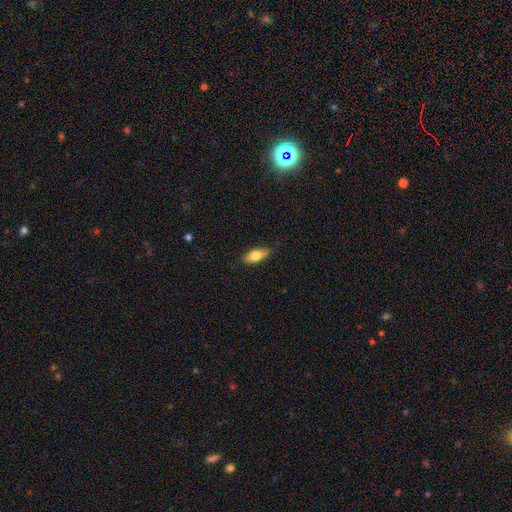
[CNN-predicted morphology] Q: Smooth or featured?
A: smooth (68%); runner-up: featured or disk (25%)
Q: How rounded?
A: in between (78%); runner-up: cigar-shaped (19%)
Q: Merging?
A: none (84%); runner-up: minor disturbance (12%)